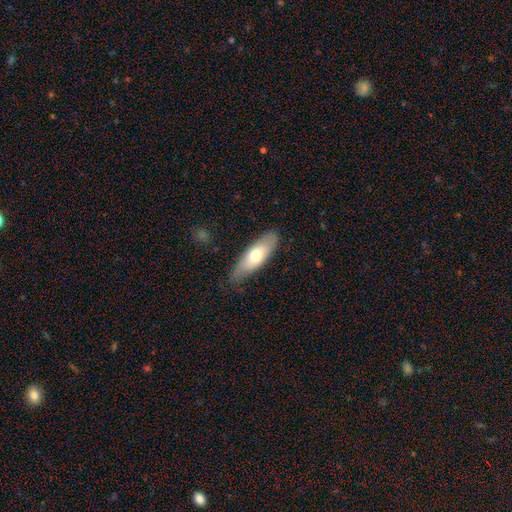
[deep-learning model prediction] This appears to be a smooth galaxy with no disk features (65%) that is in between round and cigar-shaped (60%). Merging: none (77%).